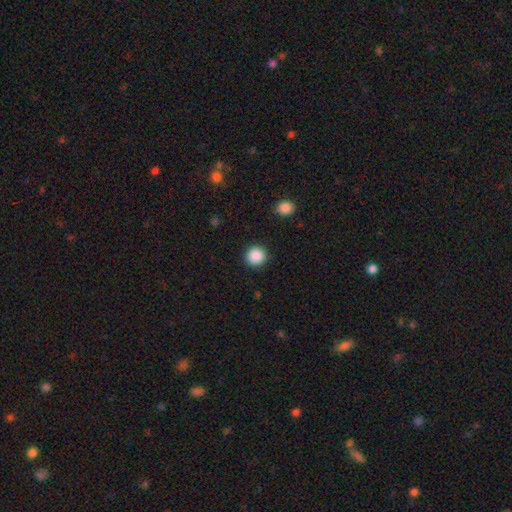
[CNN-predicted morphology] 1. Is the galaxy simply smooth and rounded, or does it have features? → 88% smooth, 9% star or artifact, 3% featured or disk.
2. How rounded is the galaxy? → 93% round, 6% in between, 1% cigar-shaped.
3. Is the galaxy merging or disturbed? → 91% none, 5% minor disturbance, 2% major disturbance, 1% merger.